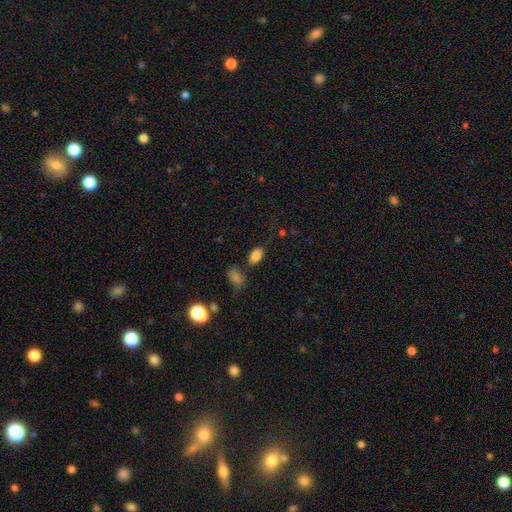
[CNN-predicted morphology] Overall: smooth (84%). How rounded: in between (89%). Merging: none (70%).